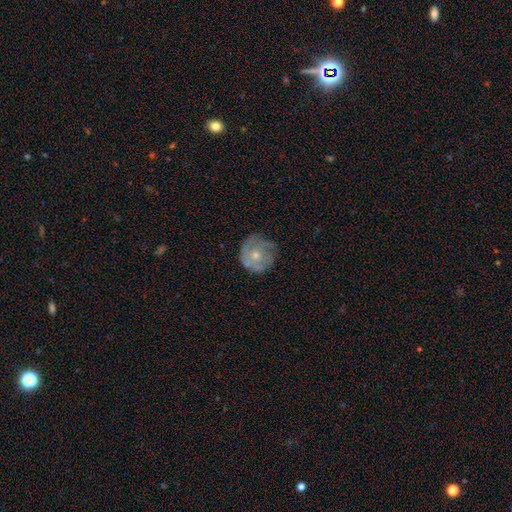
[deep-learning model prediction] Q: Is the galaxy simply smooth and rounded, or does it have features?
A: featured or disk — 49%.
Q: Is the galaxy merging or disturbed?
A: none — 62%.